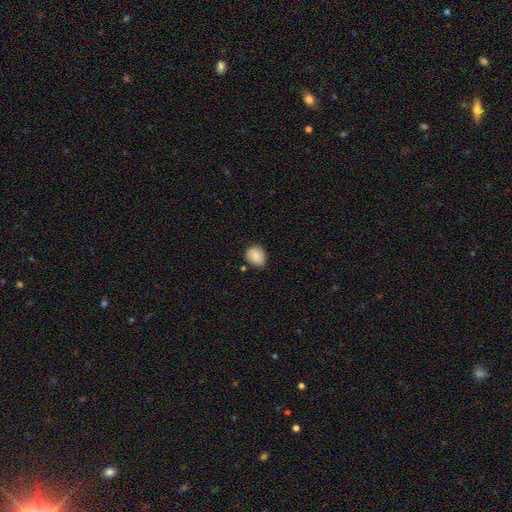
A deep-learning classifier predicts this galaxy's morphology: Overall: smooth (83%). How rounded: round (58%; in between 41%). Merging: none (77%).